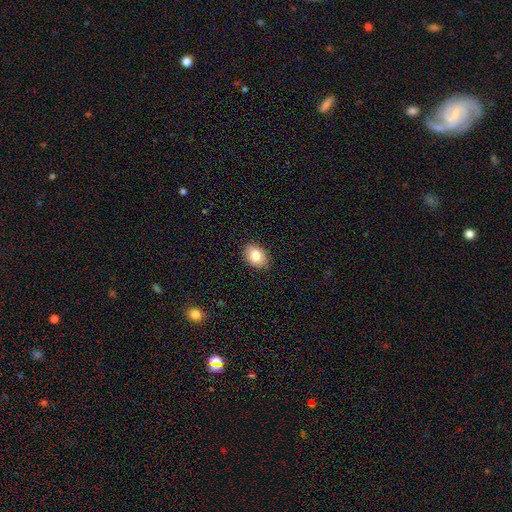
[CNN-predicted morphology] smooth 82%, featured or disk 10%, star or artifact 8%. Down the decision tree: how rounded — in between (77%); merging — none (89%).